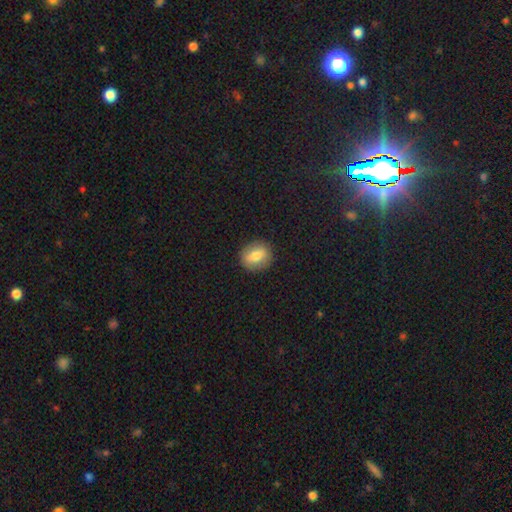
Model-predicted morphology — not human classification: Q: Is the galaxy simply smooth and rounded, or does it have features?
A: smooth — 73%.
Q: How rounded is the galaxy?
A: round — 69%.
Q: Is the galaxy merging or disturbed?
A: none — 89%.